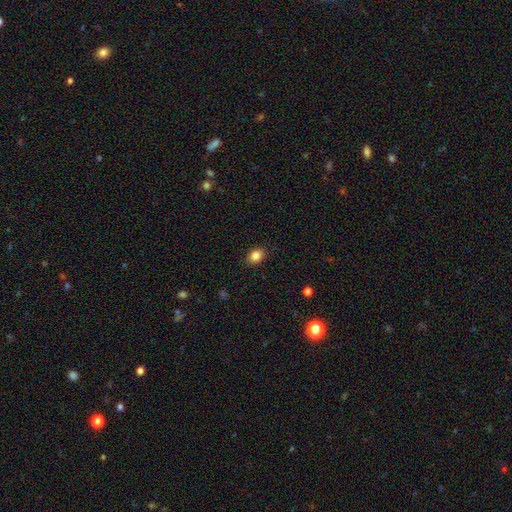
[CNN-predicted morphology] smooth_or_featured: smooth (p=0.85) [alt: star or artifact p=0.10]
how_rounded: in between (p=0.63) [alt: round p=0.36]
merging: none (p=0.88) [alt: minor disturbance p=0.09]